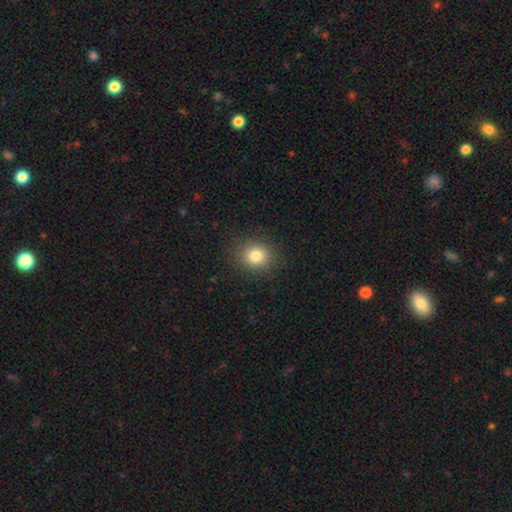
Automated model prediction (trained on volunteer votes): smooth-or-featured: smooth: 82% | star or artifact: 12% | featured or disk: 7%
  how-rounded: round: 77% | in between: 22% | cigar-shaped: 1%
  merging: none: 89% | minor disturbance: 7% | major disturbance: 3% | merger: 1%